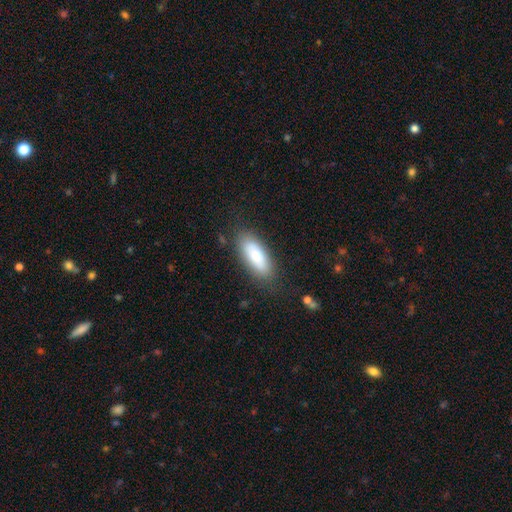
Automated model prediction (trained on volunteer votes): Smooth or featured?
  - smooth: 78% *
  - featured or disk: 15%
  - star or artifact: 6%
How rounded?
  - in between: 75% *
  - cigar-shaped: 23%
  - round: 2%
Merging?
  - none: 81% *
  - minor disturbance: 13%
  - major disturbance: 4%
  - merger: 2%